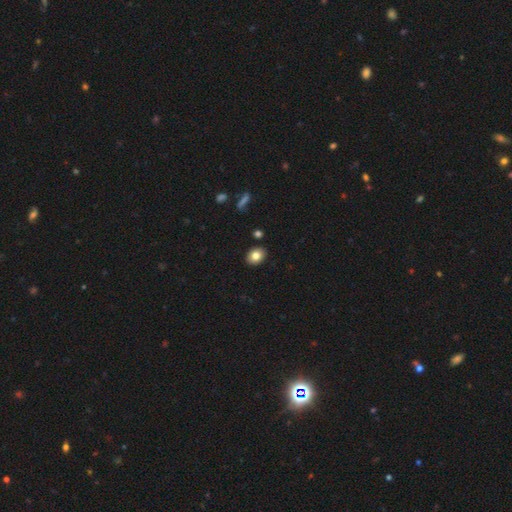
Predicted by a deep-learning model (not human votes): Smooth or featured?
  - smooth: 81% *
  - featured or disk: 10%
  - star or artifact: 9%
How rounded?
  - in between: 65% *
  - round: 34%
  - cigar-shaped: 1%
Merging?
  - none: 89% *
  - minor disturbance: 8%
  - merger: 2%
  - major disturbance: 2%